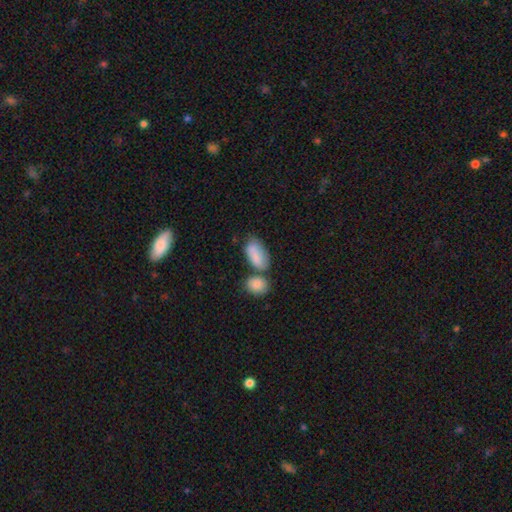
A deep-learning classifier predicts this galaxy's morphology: This is clearly a smooth galaxy (84%). How rounded: clearly in between (91%). Merging: marginally none (42%).